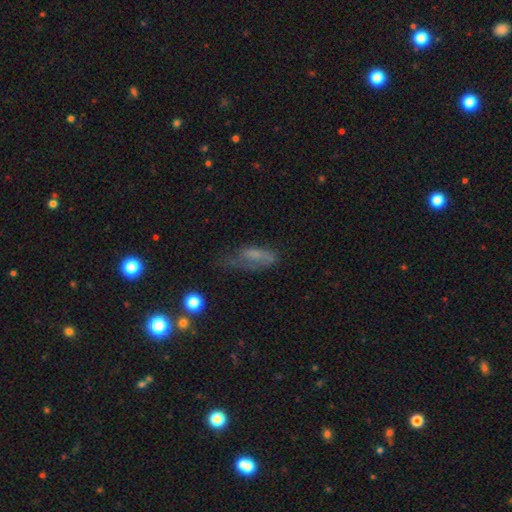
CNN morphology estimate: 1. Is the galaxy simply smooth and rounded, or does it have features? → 53% smooth, 32% featured or disk, 15% star or artifact.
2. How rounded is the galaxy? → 65% in between, 31% cigar-shaped, 4% round.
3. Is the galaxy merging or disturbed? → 33% none, 32% major disturbance, 31% minor disturbance, 3% merger.